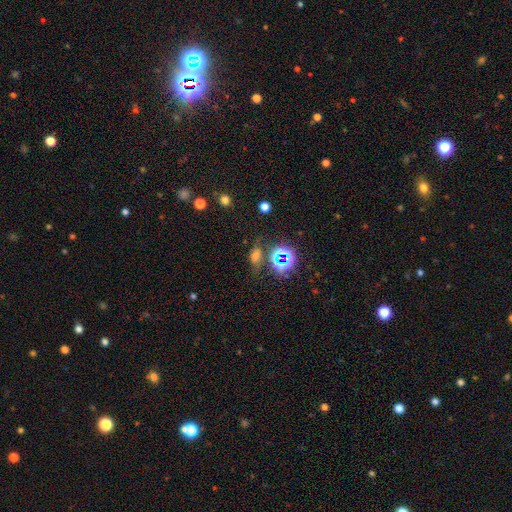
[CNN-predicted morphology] The model was most divided on "smooth or featured": star or artifact: 45%, smooth: 40%, featured or disk: 15%.